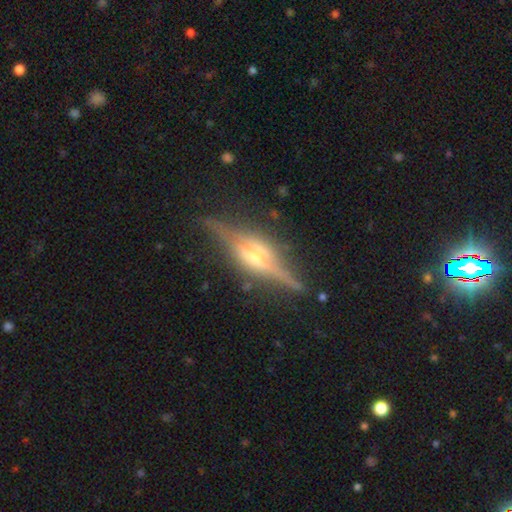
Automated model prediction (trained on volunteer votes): Overall: featured or disk (85%). Edge-on disk: yes (95%). Edge-on bulge: rounded (84%). Merging: none (82%).